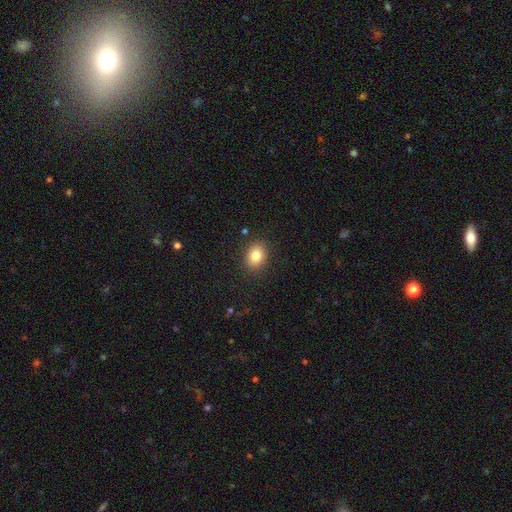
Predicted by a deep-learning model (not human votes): smooth 82%, star or artifact 10%, featured or disk 8%. Down the decision tree: how rounded — in between (60%); merging — none (87%).